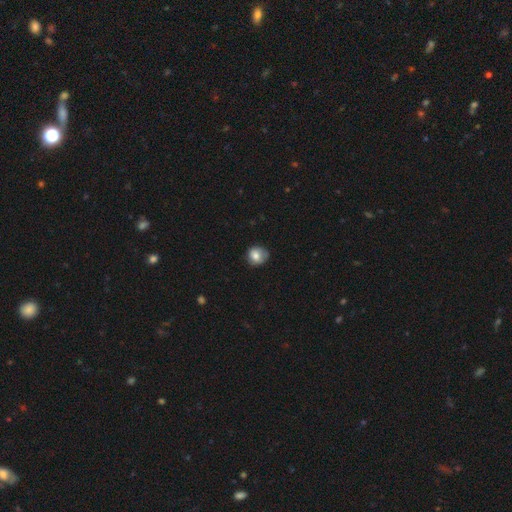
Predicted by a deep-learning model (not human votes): Smooth or featured? Predicted: smooth (p=0.78). How rounded? Predicted: round (p=0.82). Merging? Predicted: none (p=0.67).